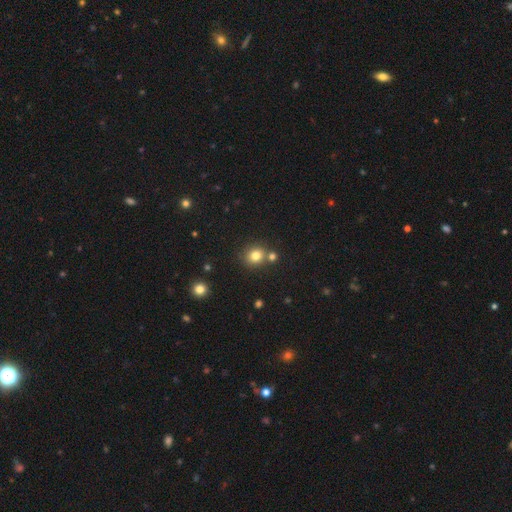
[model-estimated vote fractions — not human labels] smooth 79%, star or artifact 13%, featured or disk 8%. Down the decision tree: how rounded — round (82%); merging — none (68%).